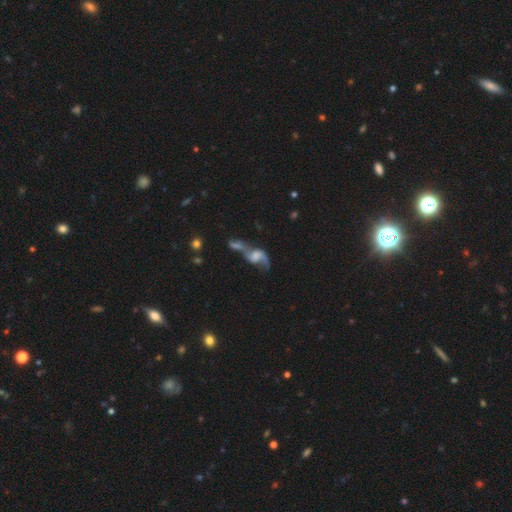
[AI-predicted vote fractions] Q: Smooth or featured?
A: featured or disk (70%); runner-up: smooth (20%)
Q: Edge-on disk?
A: no (94%); runner-up: yes (6%)
Q: Bar?
A: no (47%); runner-up: weak (40%)
Q: Spiral arms?
A: yes (84%); runner-up: no (16%)
Q: Spiral winding?
A: loose (74%); runner-up: medium (21%)
Q: Spiral arm count?
A: 2 (76%); runner-up: 1 (16%)
Q: Bulge size?
A: none (31%); runner-up: moderate (27%)
Q: Merging?
A: merger (58%); runner-up: none (19%)